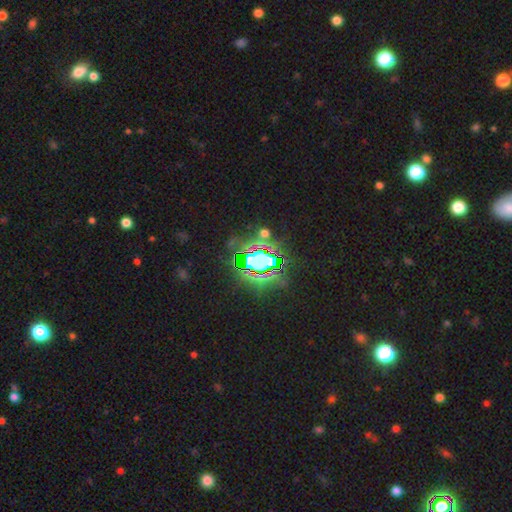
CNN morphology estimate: Smooth or featured? Predicted: star or artifact (p=0.81).